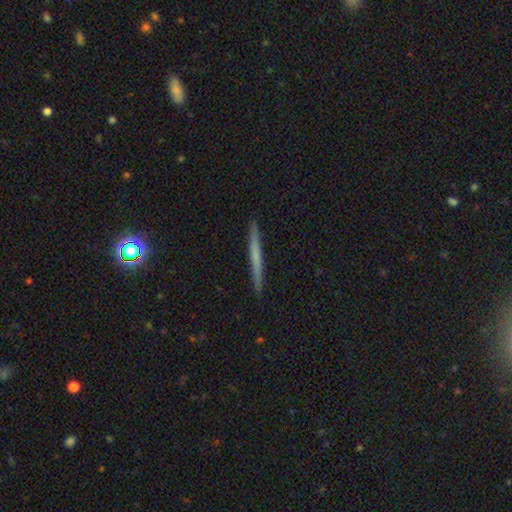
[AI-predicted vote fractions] featured or disk 47%, smooth 46%, star or artifact 8%. Down the decision tree: merging — none (92%).